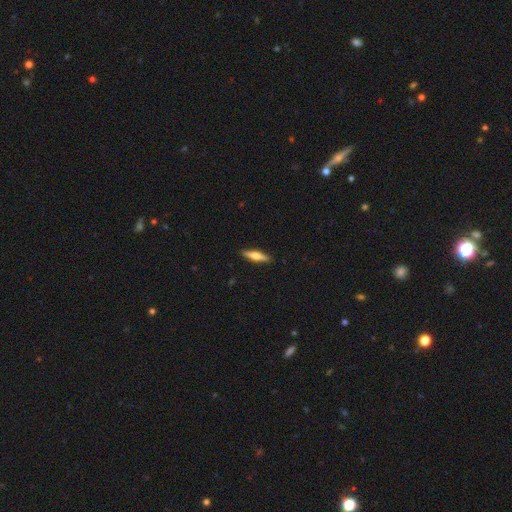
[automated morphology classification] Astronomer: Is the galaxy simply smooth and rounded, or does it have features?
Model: smooth — 48% (runner-up: featured or disk, 47%).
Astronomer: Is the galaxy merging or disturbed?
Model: none — 91%.